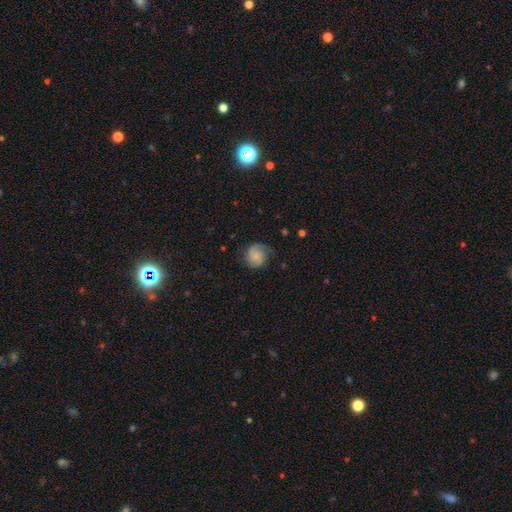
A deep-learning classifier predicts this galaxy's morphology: Q: Smooth or featured?
A: featured or disk (63%); runner-up: smooth (30%)
Q: Edge-on disk?
A: no (98%); runner-up: yes (2%)
Q: Bar?
A: no (69%); runner-up: weak (27%)
Q: Spiral arms?
A: yes (94%); runner-up: no (6%)
Q: Spiral winding?
A: tight (41%); runner-up: medium (40%)
Q: Spiral arm count?
A: 2 (55%); runner-up: 1 (20%)
Q: Bulge size?
A: small (52%); runner-up: none (27%)
Q: Merging?
A: none (66%); runner-up: minor disturbance (21%)